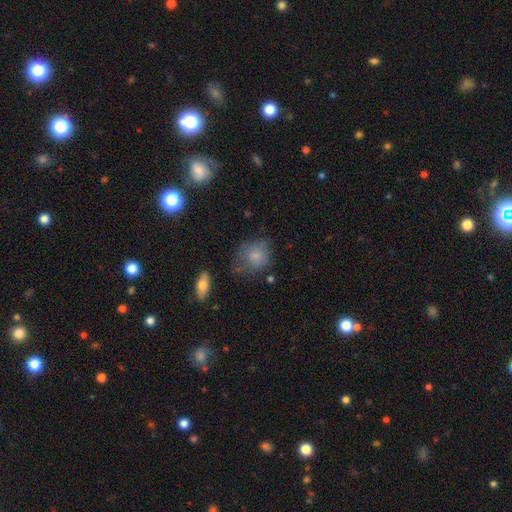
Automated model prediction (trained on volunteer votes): Smooth or featured? Predicted: smooth (p=0.74). How rounded? Predicted: round (p=0.69). Merging? Predicted: none (p=0.50).